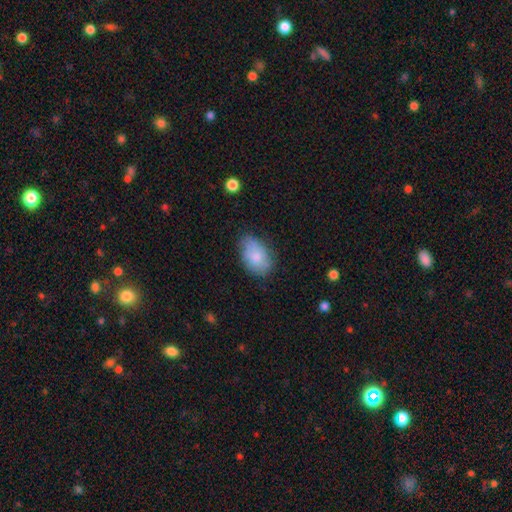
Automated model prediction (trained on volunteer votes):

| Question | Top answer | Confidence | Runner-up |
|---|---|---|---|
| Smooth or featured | smooth | 78% | featured or disk (15%) |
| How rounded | in between | 89% | round (10%) |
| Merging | none | 65% | minor disturbance (27%) |